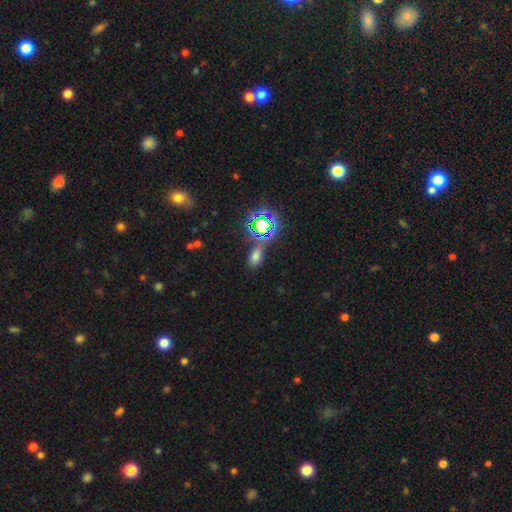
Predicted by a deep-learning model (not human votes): Smooth or featured?
  - smooth: 57% *
  - star or artifact: 36%
  - featured or disk: 7%
How rounded?
  - in between: 83% *
  - round: 12%
  - cigar-shaped: 4%
Merging?
  - none: 69% *
  - minor disturbance: 15%
  - merger: 10%
  - major disturbance: 6%